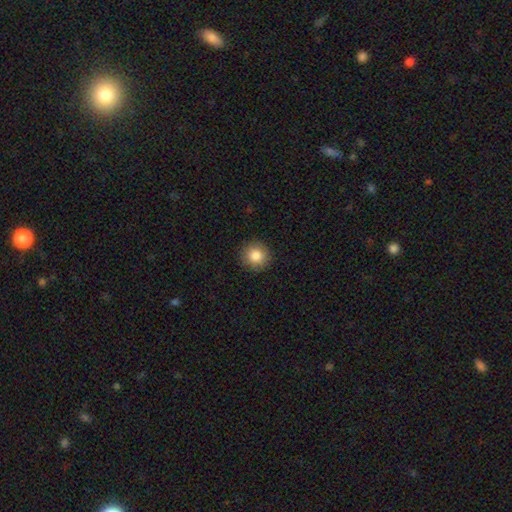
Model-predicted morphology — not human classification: A smooth galaxy with no disk features (85%) that is round (94%).

Vote fractions:
- Smooth or featured? smooth: 85% / star or artifact: 9% / featured or disk: 6%
- How rounded? round: 94% / in between: 5% / cigar-shaped: 1%
- Merging? none: 91% / minor disturbance: 6% / major disturbance: 2% / merger: 1%